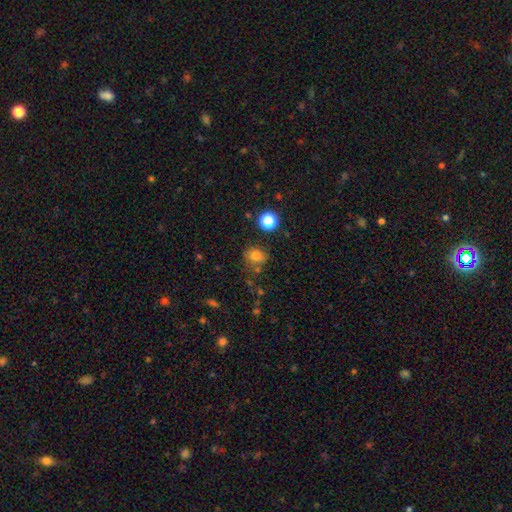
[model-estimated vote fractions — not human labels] Smooth or featured? smooth (76%)
How rounded? round (59%)
Merging? none (64%)